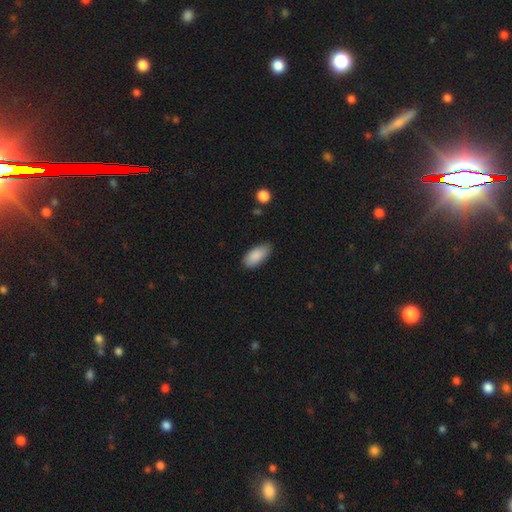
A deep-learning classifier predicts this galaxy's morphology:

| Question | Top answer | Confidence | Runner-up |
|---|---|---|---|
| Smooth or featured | smooth | 88% | star or artifact (6%) |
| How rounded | in between | 90% | cigar-shaped (8%) |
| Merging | none | 78% | minor disturbance (18%) |